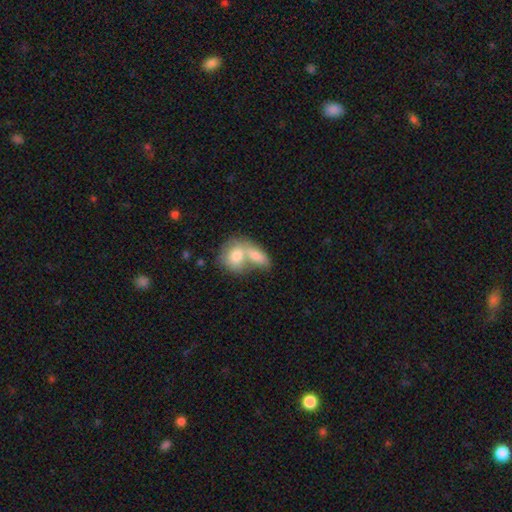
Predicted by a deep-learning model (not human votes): smooth 78%, featured or disk 17%, star or artifact 6%. Down the decision tree: how rounded — in between (72%); merging — merger (70%).